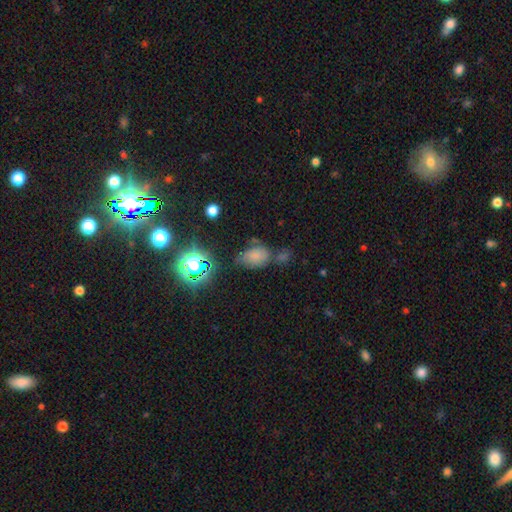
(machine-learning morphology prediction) Q: Smooth or featured?
A: smooth (65%); runner-up: star or artifact (23%)
Q: How rounded?
A: in between (83%); runner-up: round (15%)
Q: Merging?
A: none (44%); runner-up: minor disturbance (26%)